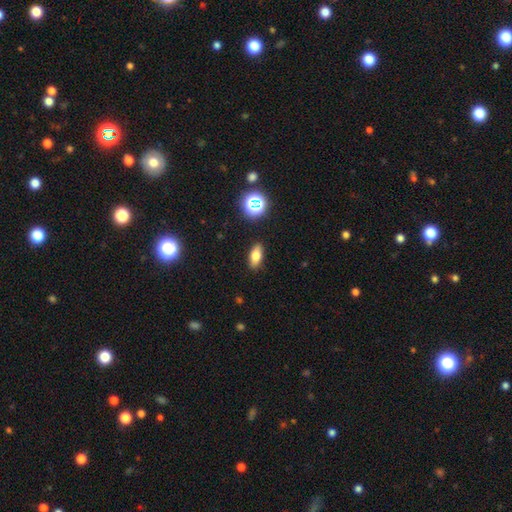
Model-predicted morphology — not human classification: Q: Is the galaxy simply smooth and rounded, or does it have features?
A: smooth — 74%.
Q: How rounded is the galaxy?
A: in between — 81%.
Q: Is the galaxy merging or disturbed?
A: none — 88%.